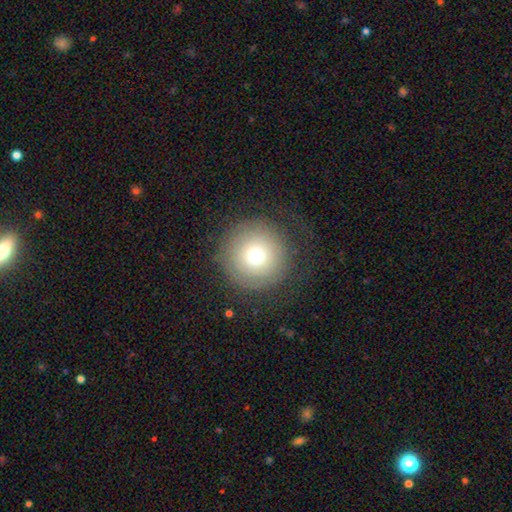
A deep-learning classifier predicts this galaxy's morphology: smooth_or_featured: smooth (p=0.67) [alt: featured or disk p=0.21]
how_rounded: round (p=0.96) [alt: in between p=0.03]
merging: none (p=0.76) [alt: minor disturbance p=0.12]